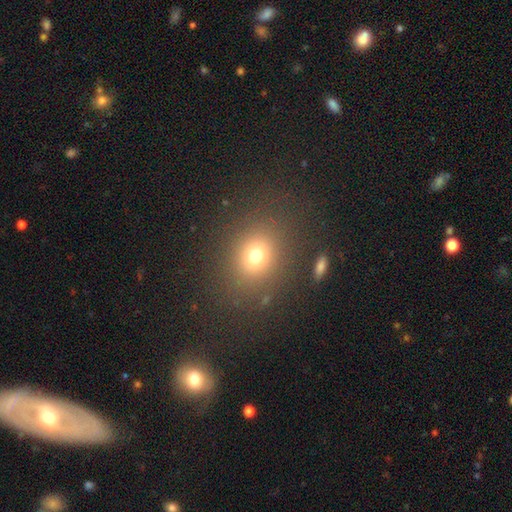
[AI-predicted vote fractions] Overall: smooth (72%). How rounded: round (67%; in between 31%). Merging: none (83%).